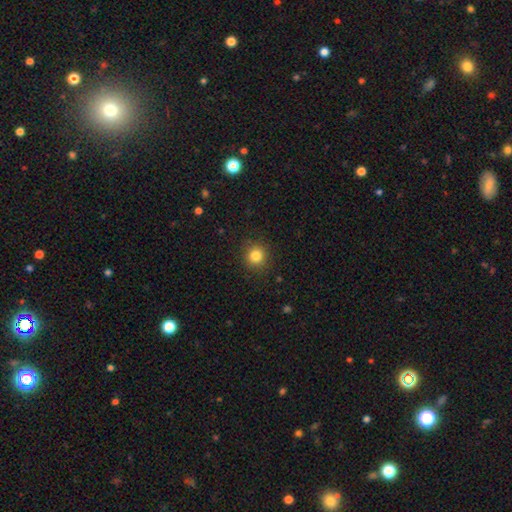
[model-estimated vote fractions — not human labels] Smooth or featured: smooth — 83% (star or artifact — 12%)
How rounded: round — 92% (in between — 7%)
Merging: none — 90% (minor disturbance — 7%)